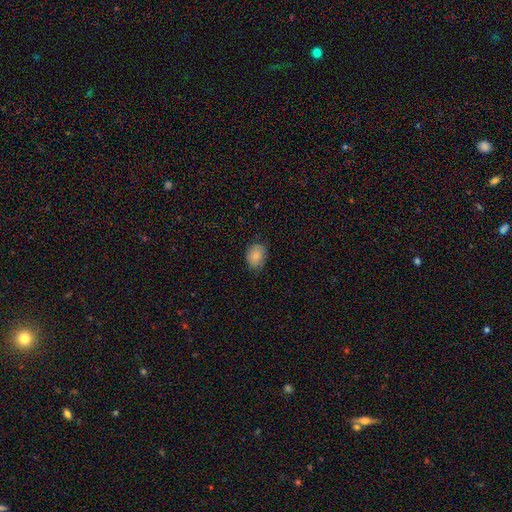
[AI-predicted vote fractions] smooth_or_featured: smooth (p=0.83) [alt: featured or disk p=0.09]
how_rounded: in between (p=0.62) [alt: round p=0.37]
merging: none (p=0.73) [alt: minor disturbance p=0.22]